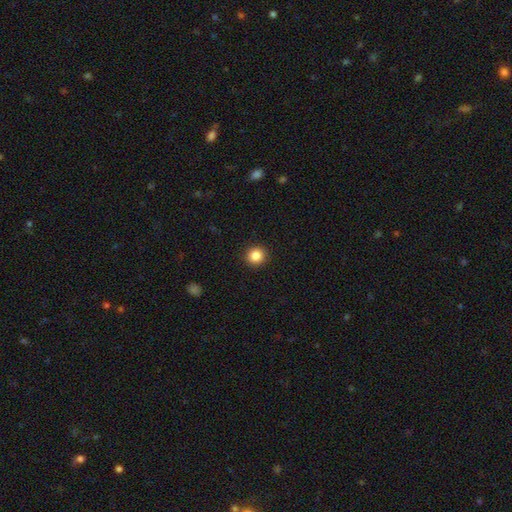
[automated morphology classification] This appears to be a smooth galaxy with no disk features (86%) that is round (93%). Merging: none (93%).